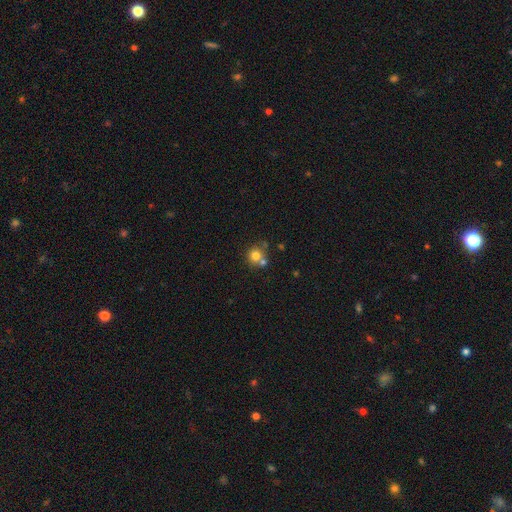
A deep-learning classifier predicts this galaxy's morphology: This is likely a smooth galaxy (76%). How rounded: clearly round (89%). Merging: possibly none (55%).